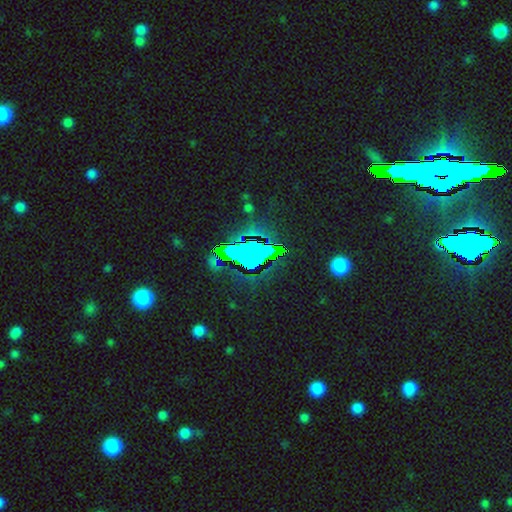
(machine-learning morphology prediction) Smooth or featured?
  - star or artifact: 74% *
  - smooth: 14%
  - featured or disk: 11%